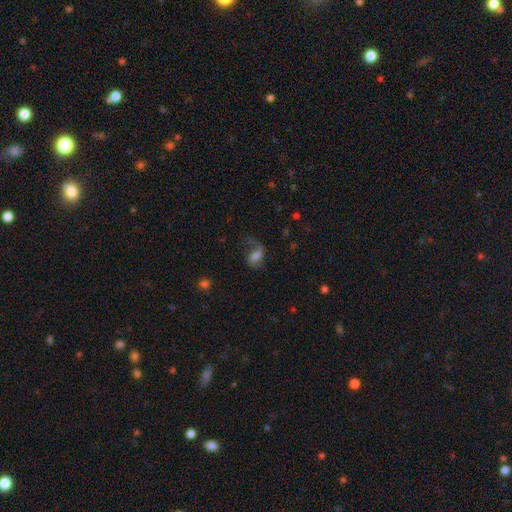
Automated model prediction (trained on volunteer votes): A featured or disk galaxy (53%) with a weak bar (43%), spiral arms (85%) and a moderate central bulge (42%). Merging: none (51%).